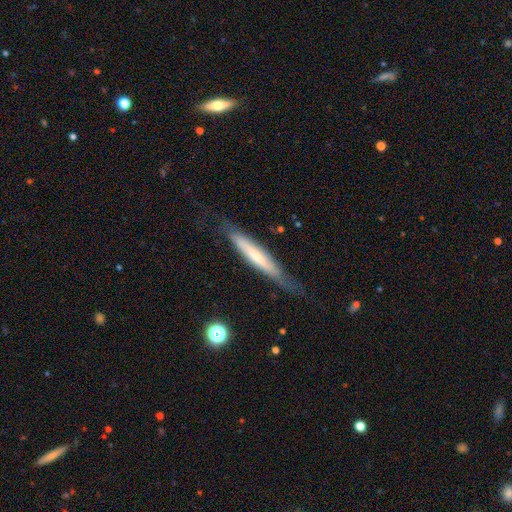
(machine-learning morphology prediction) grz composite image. It shows a featured or disk galaxy (48%). Merging: none (70%).